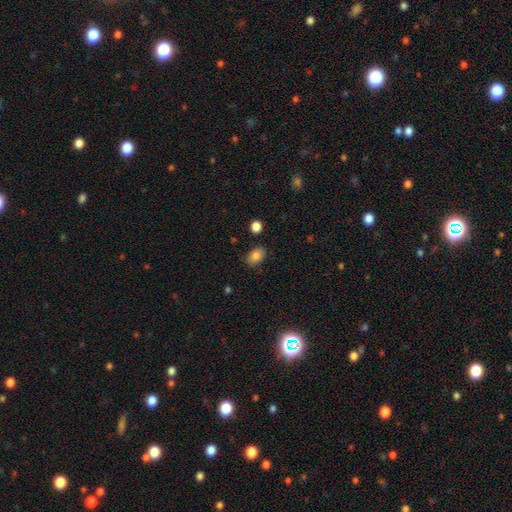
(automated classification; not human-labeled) A smooth galaxy with no disk features (84%) that is in between round and cigar-shaped (85%). Merging: none (81%).